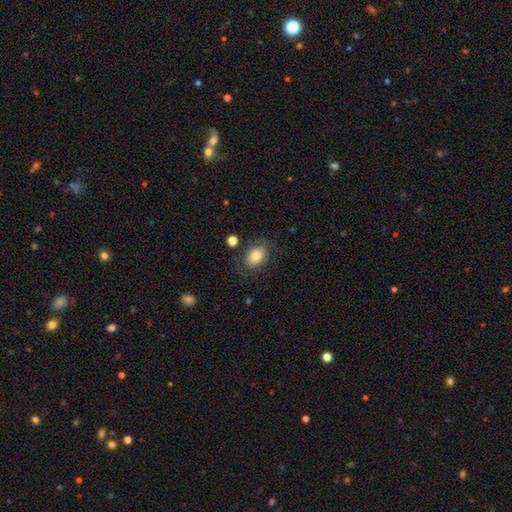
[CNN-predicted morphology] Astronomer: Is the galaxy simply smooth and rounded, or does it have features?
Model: smooth — 72%.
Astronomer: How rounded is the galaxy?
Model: in between — 81%.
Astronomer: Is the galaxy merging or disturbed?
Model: none — 71%.